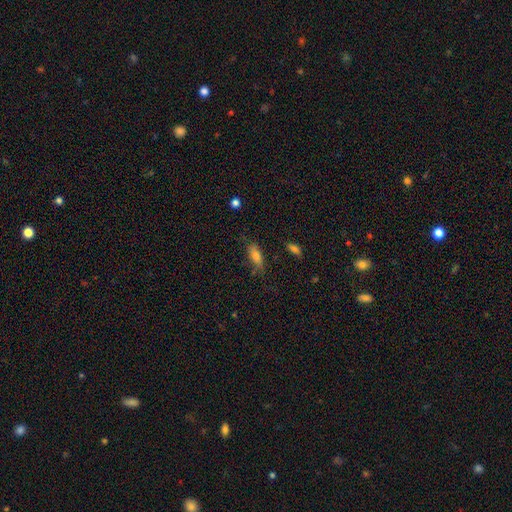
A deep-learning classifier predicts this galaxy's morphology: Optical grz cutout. It shows a smooth galaxy with no disk features (72%) that is in between round and cigar-shaped (61%). Merging: none (69%).